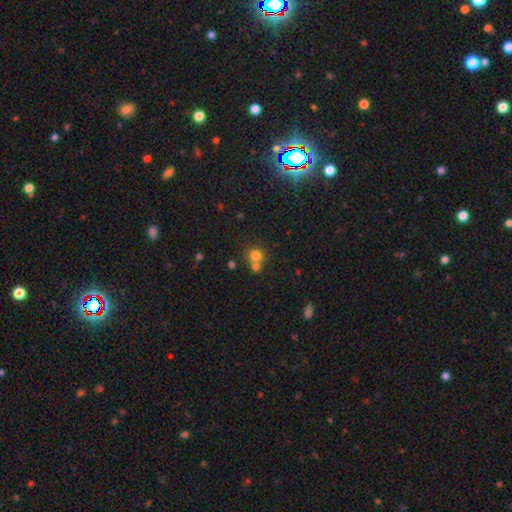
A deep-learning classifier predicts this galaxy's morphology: This is likely a smooth galaxy (76%). How rounded: clearly round (86%). Merging: possibly none (48%).